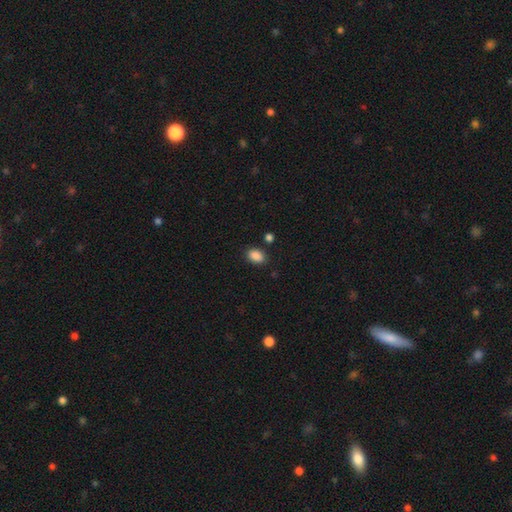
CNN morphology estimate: Q: Smooth or featured?
A: smooth (88%); runner-up: star or artifact (9%)
Q: How rounded?
A: in between (79%); runner-up: round (20%)
Q: Merging?
A: none (84%); runner-up: minor disturbance (10%)